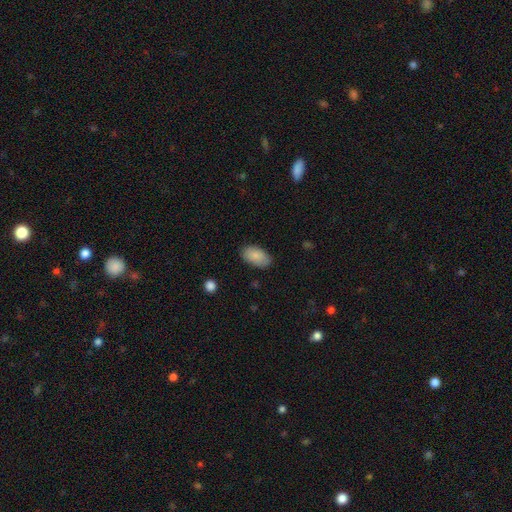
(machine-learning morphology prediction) smooth-or-featured: smooth: 86% | featured or disk: 8% | star or artifact: 6%
  how-rounded: in between: 95% | round: 4% | cigar-shaped: 2%
  merging: none: 83% | minor disturbance: 13% | major disturbance: 3% | merger: 1%